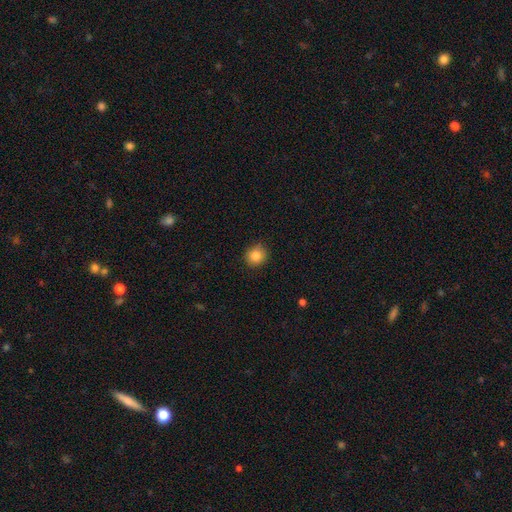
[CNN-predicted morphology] A smooth galaxy with no disk features (85%) that is round (86%). Merging: none (87%).